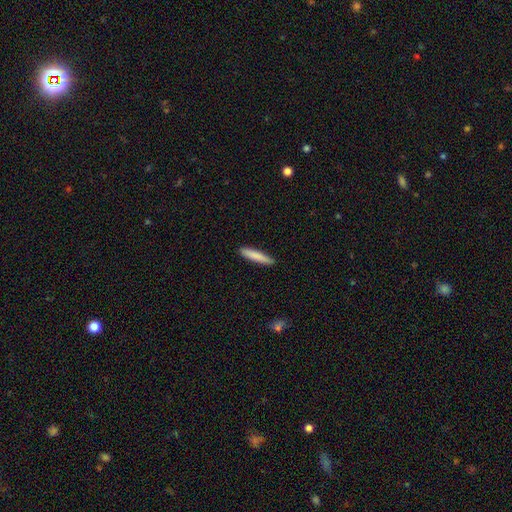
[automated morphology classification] This appears to be a smooth galaxy with no disk features (83%) that is cigar-shaped (90%). Merging: none (91%).